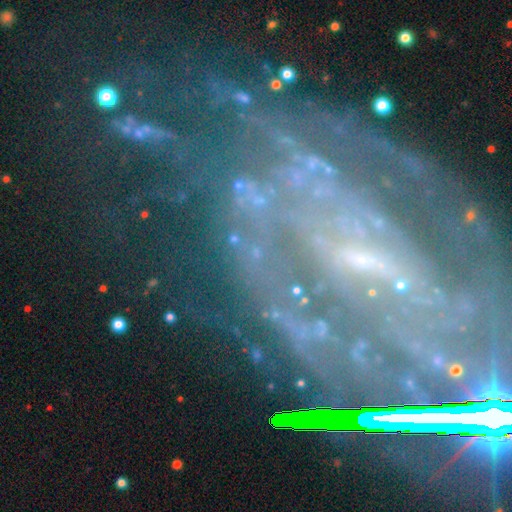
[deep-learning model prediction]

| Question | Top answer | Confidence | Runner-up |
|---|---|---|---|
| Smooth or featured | featured or disk | 42% | star or artifact (40%) |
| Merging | none | 60% | minor disturbance (17%) |